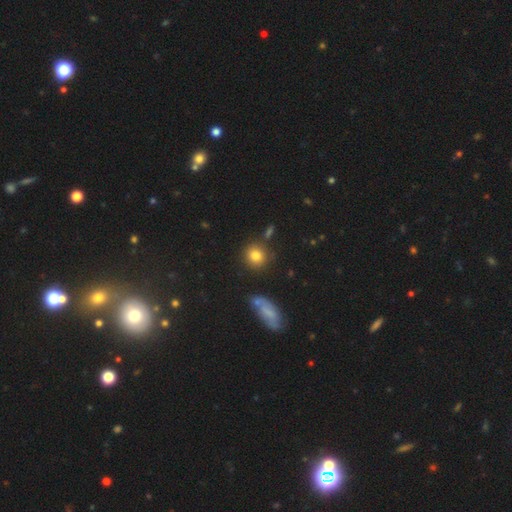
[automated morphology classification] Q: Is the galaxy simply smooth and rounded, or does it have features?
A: smooth — 81%.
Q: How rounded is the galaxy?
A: round — 87%.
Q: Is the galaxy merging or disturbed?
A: none — 80%.